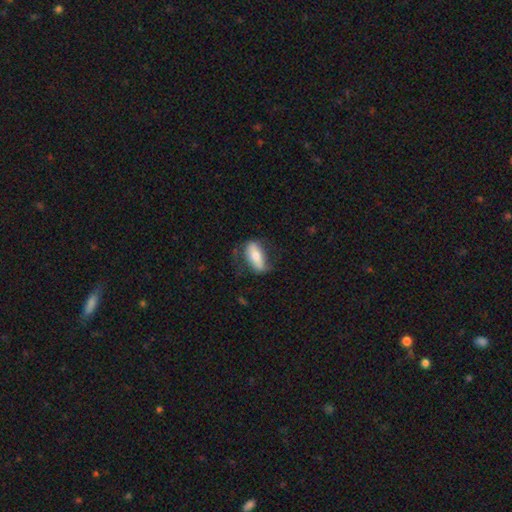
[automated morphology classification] Q: Smooth or featured?
A: smooth (56%); runner-up: featured or disk (38%)
Q: How rounded?
A: in between (77%); runner-up: cigar-shaped (19%)
Q: Merging?
A: none (61%); runner-up: minor disturbance (24%)